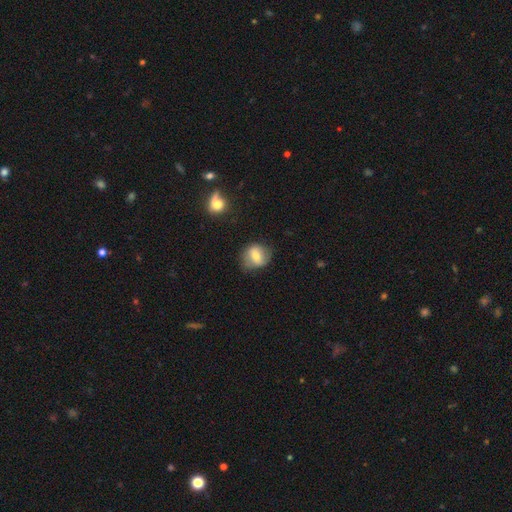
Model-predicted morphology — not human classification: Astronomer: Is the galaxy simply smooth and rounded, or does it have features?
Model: smooth — 59%.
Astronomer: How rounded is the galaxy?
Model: round — 64%.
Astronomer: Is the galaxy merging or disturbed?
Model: none — 69%.